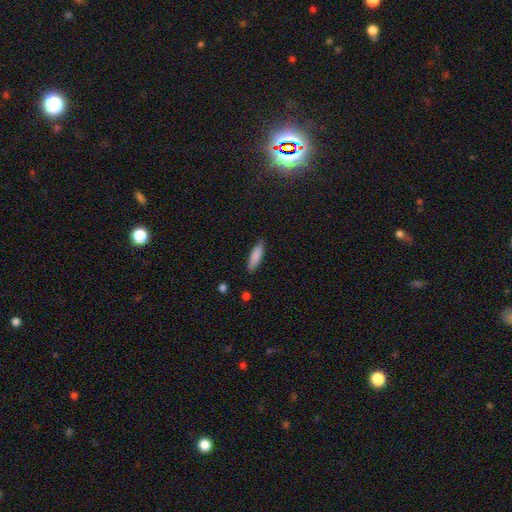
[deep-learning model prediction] A smooth galaxy with no disk features (86%) that is cigar-shaped (64%). Merging: none (85%).